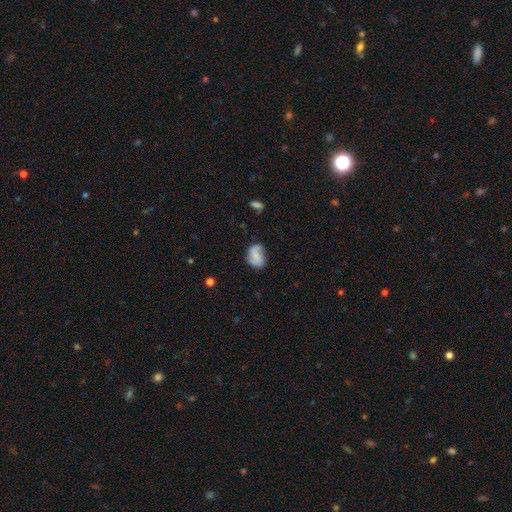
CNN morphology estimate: Overall: featured or disk (54%; smooth 38%). Edge-on disk: no (97%). Bar: no (52%; weak 36%). Spiral arms: yes (87%). Bulge size: none (41%; small 37%). Merging: none (61%; minor disturbance 25%).